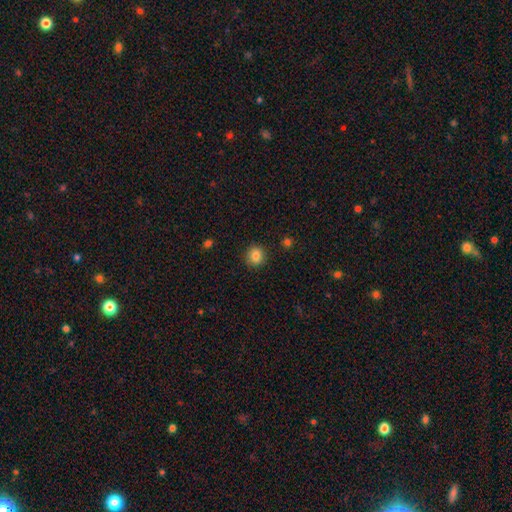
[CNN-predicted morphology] This appears to be a smooth galaxy with no disk features (84%) that is round (87%). Merging: none (90%).